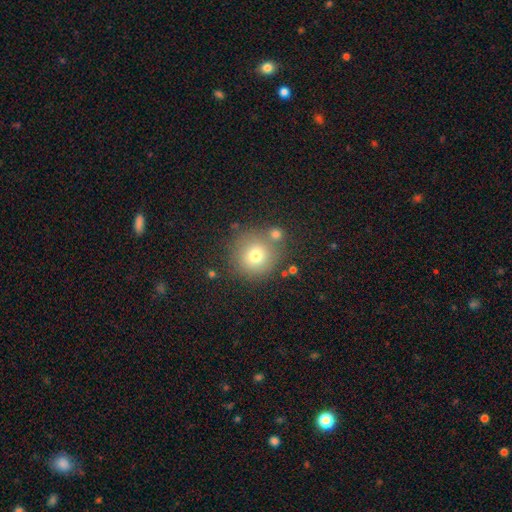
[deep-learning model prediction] This is likely a smooth galaxy (74%). How rounded: clearly round (93%). Merging: likely none (73%).